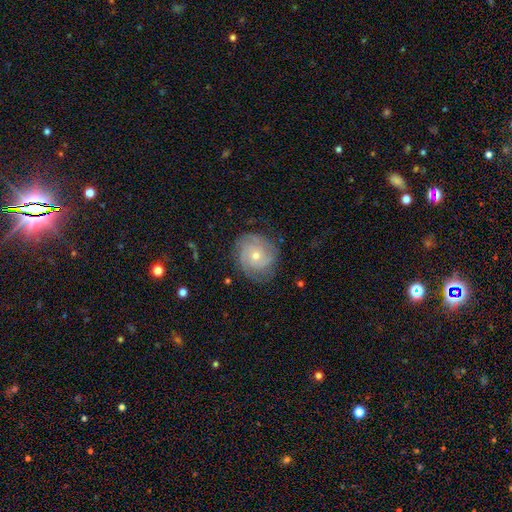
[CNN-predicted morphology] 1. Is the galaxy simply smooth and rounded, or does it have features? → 76% featured or disk, 16% smooth, 8% star or artifact.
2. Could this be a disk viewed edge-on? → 97% no, 3% yes.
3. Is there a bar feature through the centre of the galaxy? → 78% no, 19% weak, 3% strong.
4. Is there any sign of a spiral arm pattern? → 94% yes, 6% no.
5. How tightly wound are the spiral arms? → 68% tight, 26% medium, 6% loose.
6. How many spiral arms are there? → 29% 3, 27% can't tell, 22% 2, 11% 4, 5% more than 4, 5% 1.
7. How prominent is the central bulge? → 56% small, 41% moderate, 1% large, 1% none, 1% dominant.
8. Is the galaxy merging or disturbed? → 79% none, 15% minor disturbance, 5% major disturbance, 1% merger.